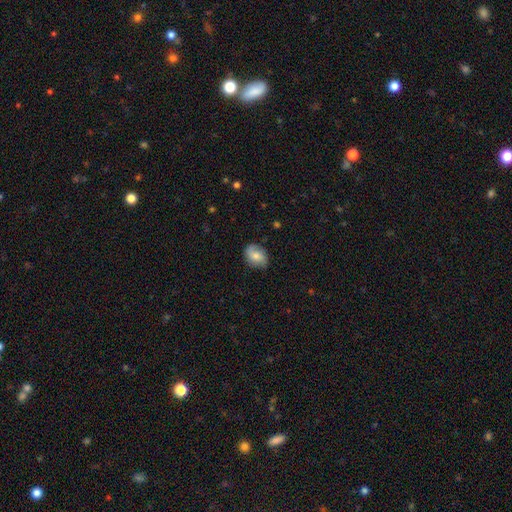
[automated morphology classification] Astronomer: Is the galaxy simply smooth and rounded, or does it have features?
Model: smooth — 65%.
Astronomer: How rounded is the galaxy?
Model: in between — 70%.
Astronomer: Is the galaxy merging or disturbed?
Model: none — 73%.